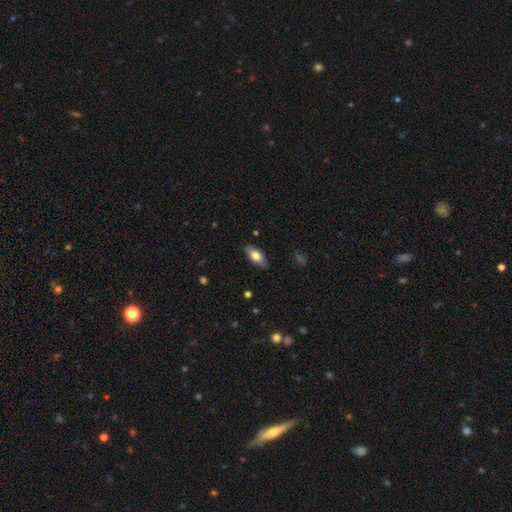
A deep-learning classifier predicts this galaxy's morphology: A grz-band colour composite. It shows a smooth galaxy with no disk features (75%) that is in between round and cigar-shaped (83%). Merging: none (86%).